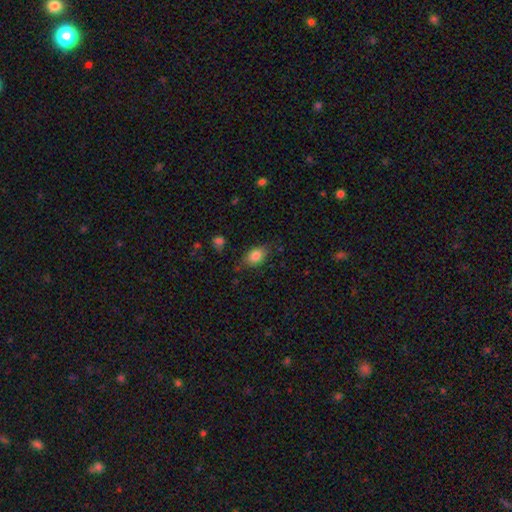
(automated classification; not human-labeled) Smooth or featured? Predicted: smooth (p=0.82). How rounded? Predicted: in between (p=0.81). Merging? Predicted: none (p=0.71).